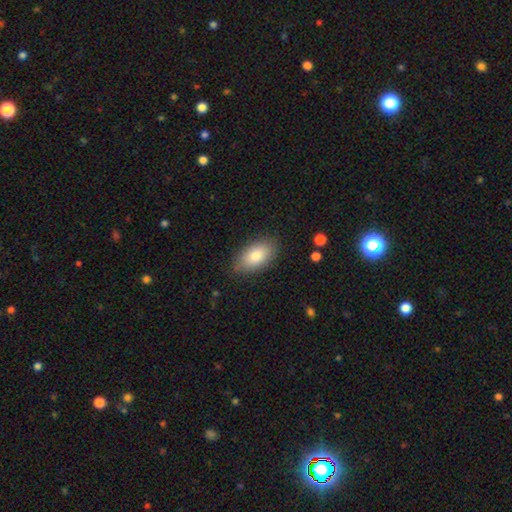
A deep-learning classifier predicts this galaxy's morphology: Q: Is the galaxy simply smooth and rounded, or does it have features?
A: smooth — 82%.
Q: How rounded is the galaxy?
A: in between — 93%.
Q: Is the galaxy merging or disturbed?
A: none — 83%.